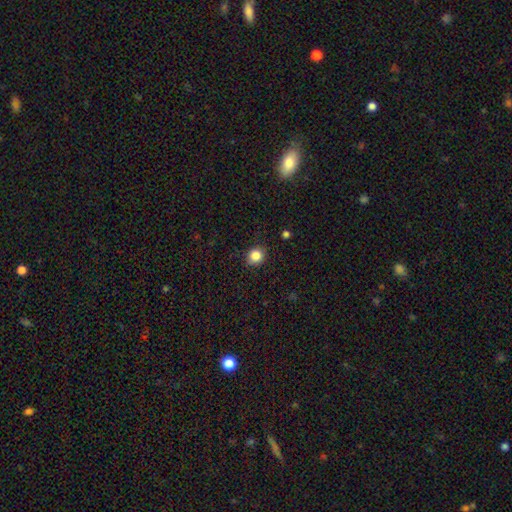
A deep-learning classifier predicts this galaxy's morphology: Overall: smooth (85%). How rounded: round (86%). Merging: none (89%).